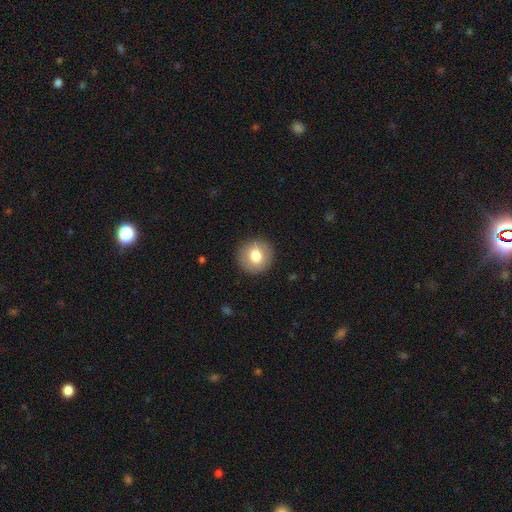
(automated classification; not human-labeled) Smooth or featured: smooth — 77% (featured or disk — 15%)
How rounded: round — 90% (in between — 9%)
Merging: none — 90% (minor disturbance — 7%)